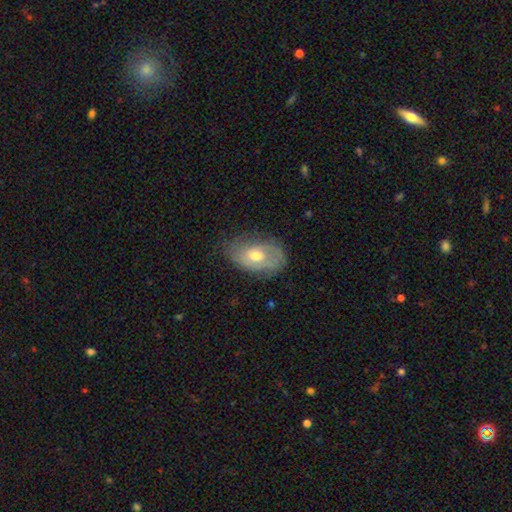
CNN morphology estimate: Q: Smooth or featured?
A: smooth (49%); runner-up: featured or disk (44%)
Q: Merging?
A: none (59%); runner-up: minor disturbance (30%)